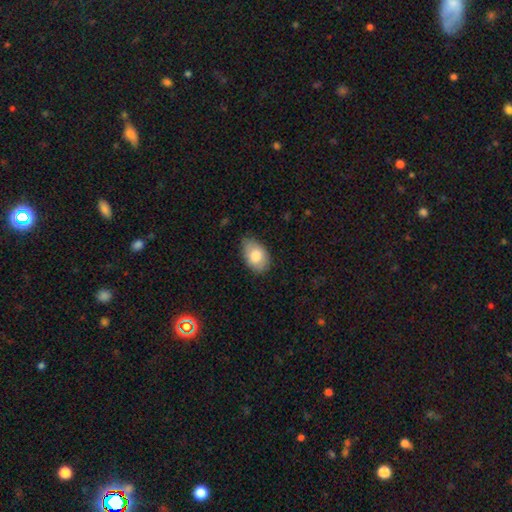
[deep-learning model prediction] Smooth or featured: smooth — 81% (featured or disk — 13%)
How rounded: in between — 89% (round — 9%)
Merging: none — 66% (minor disturbance — 28%)